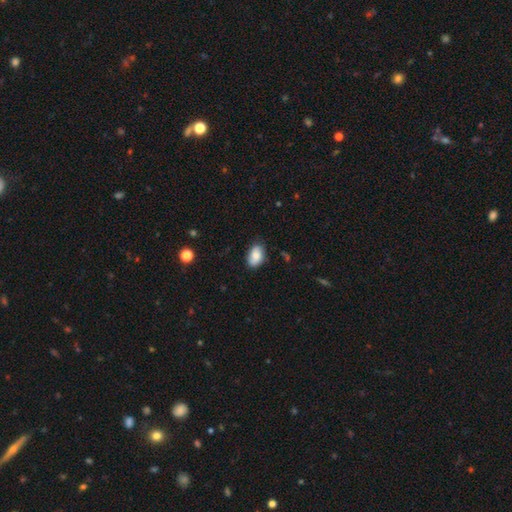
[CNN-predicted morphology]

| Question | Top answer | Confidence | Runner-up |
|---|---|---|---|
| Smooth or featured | smooth | 82% | featured or disk (11%) |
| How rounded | in between | 90% | round (9%) |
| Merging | none | 75% | minor disturbance (20%) |